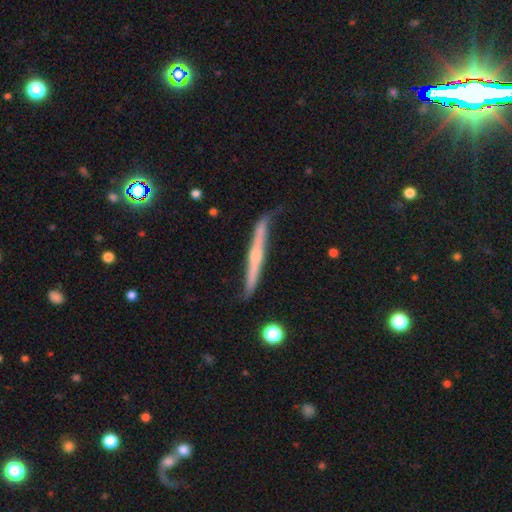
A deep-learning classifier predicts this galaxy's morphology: Smooth or featured?
  - featured or disk: 69% *
  - smooth: 23%
  - star or artifact: 8%
Edge-on disk?
  - yes: 93% *
  - no: 7%
Edge-on bulge?
  - rounded: 57% *
  - none: 36%
  - boxy: 6%
Merging?
  - none: 74% *
  - minor disturbance: 21%
  - major disturbance: 4%
  - merger: 2%